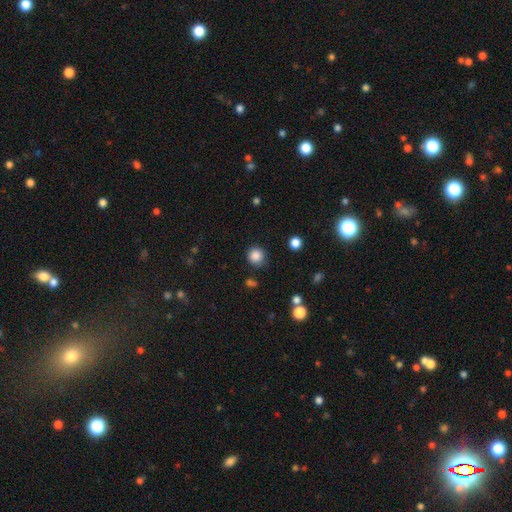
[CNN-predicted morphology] smooth 86%, star or artifact 11%, featured or disk 4%. Down the decision tree: how rounded — round (92%); merging — none (85%).